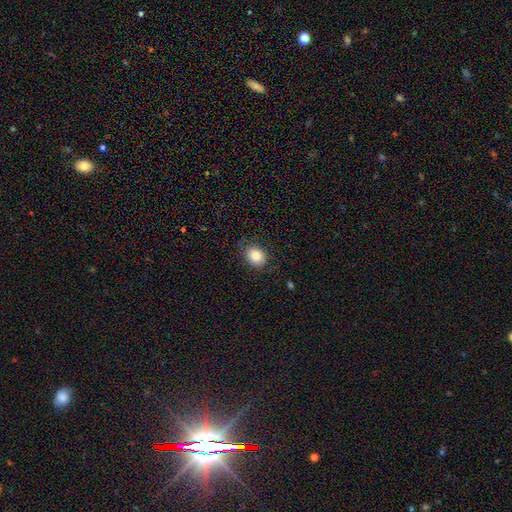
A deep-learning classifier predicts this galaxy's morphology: Overall: smooth (82%). How rounded: round (53%; in between 46%). Merging: none (83%).